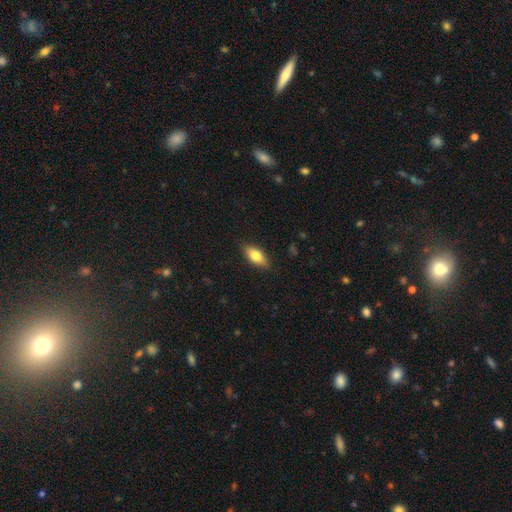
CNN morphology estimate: Smooth or featured? Predicted: smooth (p=0.76). How rounded? Predicted: in between (p=0.85). Merging? Predicted: none (p=0.86).